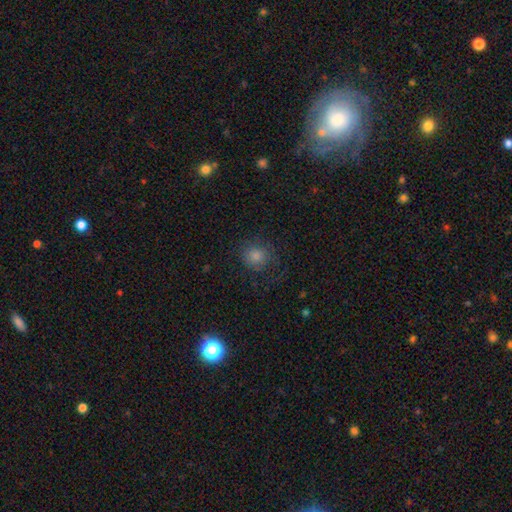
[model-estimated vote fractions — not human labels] This appears to be a smooth galaxy with no disk features (73%) that is round (88%). Merging: none (77%).